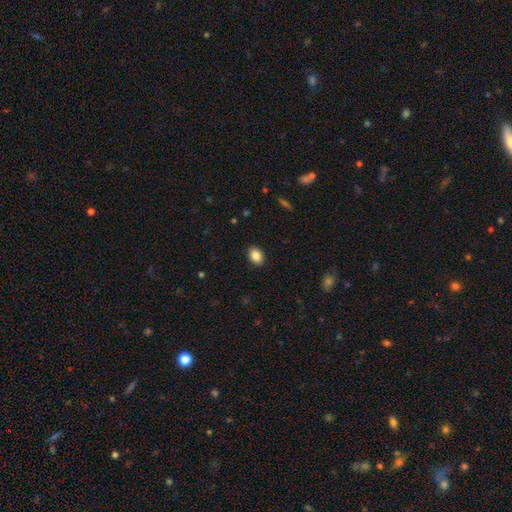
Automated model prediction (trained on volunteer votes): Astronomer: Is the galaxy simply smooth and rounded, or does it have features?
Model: smooth — 87%.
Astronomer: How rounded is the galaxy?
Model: in between — 74%.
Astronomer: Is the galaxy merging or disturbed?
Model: none — 90%.